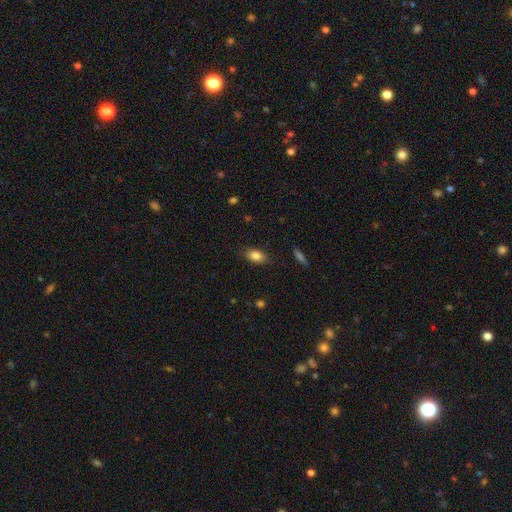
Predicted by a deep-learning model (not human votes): Smooth or featured?
  - smooth: 84% *
  - star or artifact: 8%
  - featured or disk: 8%
How rounded?
  - in between: 87% *
  - round: 7%
  - cigar-shaped: 5%
Merging?
  - none: 84% *
  - minor disturbance: 12%
  - major disturbance: 3%
  - merger: 1%